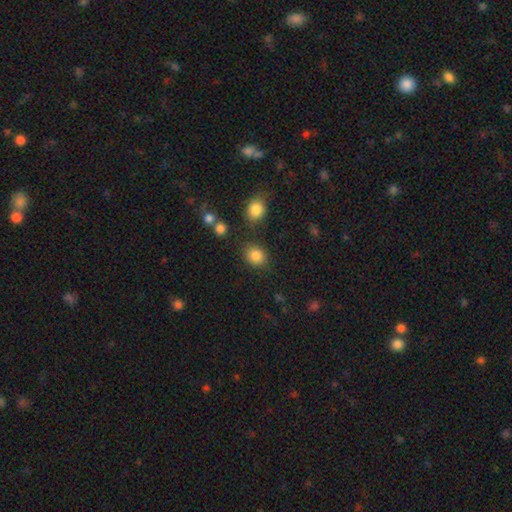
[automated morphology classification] Smooth or featured? Predicted: smooth (p=0.84). How rounded? Predicted: round (p=0.61). Merging? Predicted: none (p=0.80).